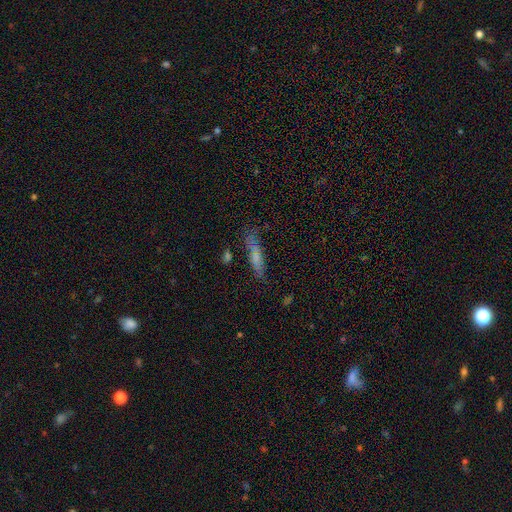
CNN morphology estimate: Overall: smooth (62%; featured or disk 28%). How rounded: cigar-shaped (81%). Merging: none (71%).